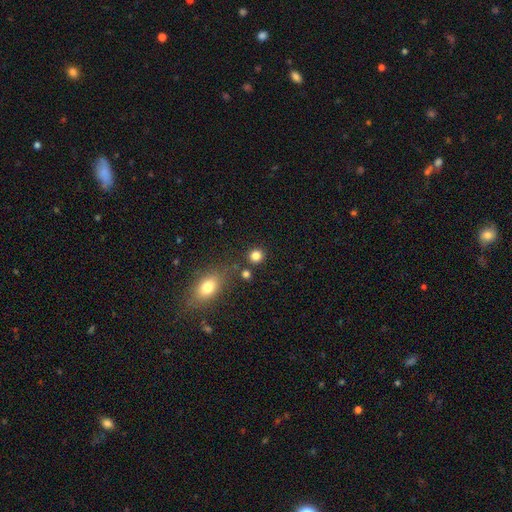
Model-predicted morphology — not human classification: smooth-or-featured: smooth: 82% | star or artifact: 13% | featured or disk: 5%
  how-rounded: round: 89% | in between: 9% | cigar-shaped: 1%
  merging: none: 82% | minor disturbance: 7% | merger: 7% | major disturbance: 3%